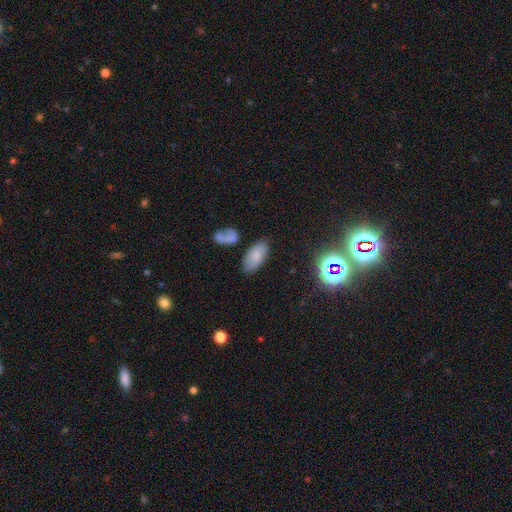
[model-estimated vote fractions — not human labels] Smooth or featured?
  - smooth: 77% *
  - featured or disk: 13%
  - star or artifact: 10%
How rounded?
  - in between: 93% *
  - cigar-shaped: 4%
  - round: 3%
Merging?
  - none: 75% *
  - minor disturbance: 15%
  - merger: 5%
  - major disturbance: 4%